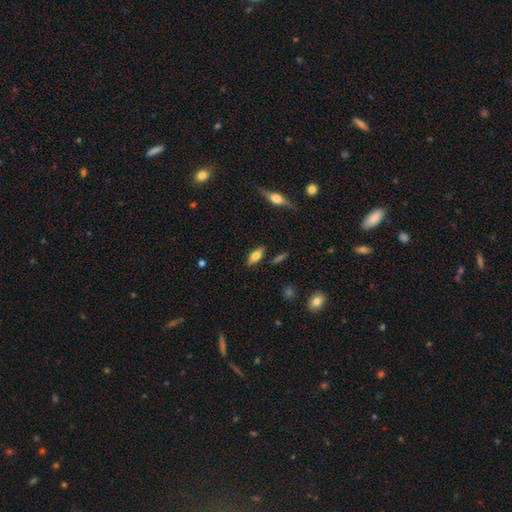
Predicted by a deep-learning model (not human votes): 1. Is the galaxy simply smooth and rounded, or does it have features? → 61% smooth, 31% featured or disk, 8% star or artifact.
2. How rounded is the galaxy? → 75% in between, 22% cigar-shaped, 3% round.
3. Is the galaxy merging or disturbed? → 84% none, 11% minor disturbance, 3% major disturbance, 3% merger.